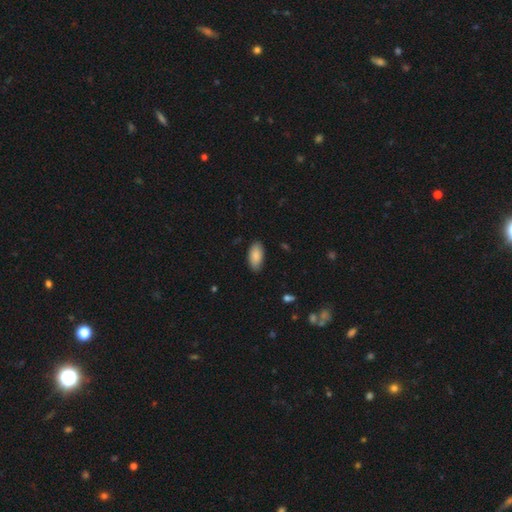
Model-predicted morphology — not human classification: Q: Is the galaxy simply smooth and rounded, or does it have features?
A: smooth — 88%.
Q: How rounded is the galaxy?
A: in between — 92%.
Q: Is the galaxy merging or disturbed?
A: none — 84%.